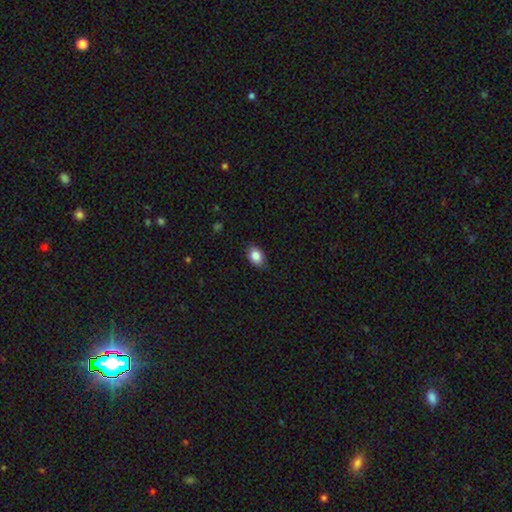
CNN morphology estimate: Smooth or featured? Predicted: smooth (p=0.85). How rounded? Predicted: in between (p=0.79). Merging? Predicted: none (p=0.81).